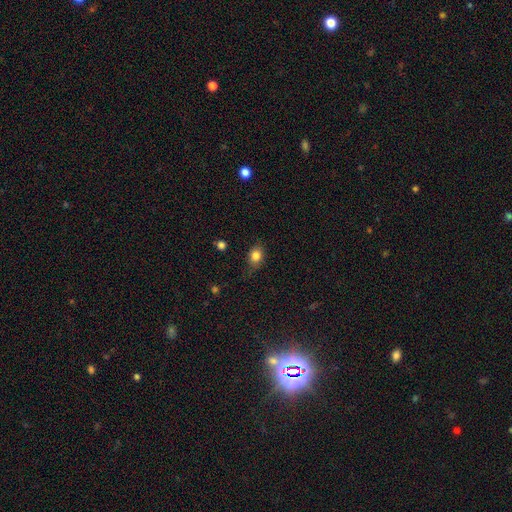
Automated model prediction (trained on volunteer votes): Overall: smooth (83%). How rounded: in between (56%; round 43%). Merging: none (73%).